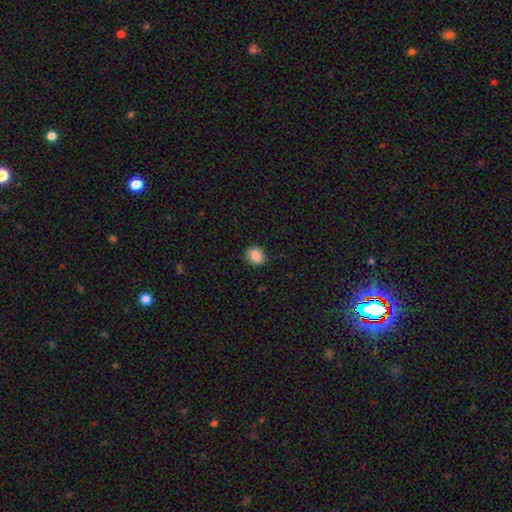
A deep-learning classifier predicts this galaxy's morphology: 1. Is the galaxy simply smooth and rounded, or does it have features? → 87% smooth, 9% star or artifact, 4% featured or disk.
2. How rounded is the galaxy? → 59% round, 40% in between, 1% cigar-shaped.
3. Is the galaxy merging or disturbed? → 87% none, 10% minor disturbance, 2% major disturbance, 1% merger.